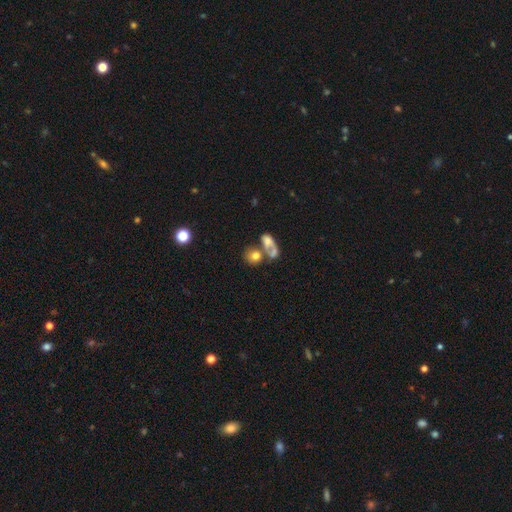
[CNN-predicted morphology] A smooth galaxy with no disk features (66%) that is round (65%). Merging: merger (49%).